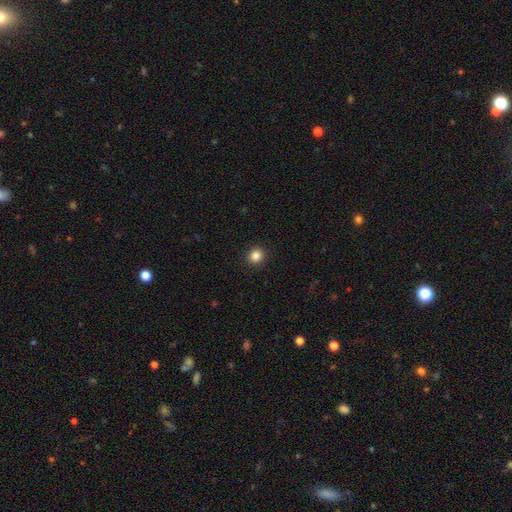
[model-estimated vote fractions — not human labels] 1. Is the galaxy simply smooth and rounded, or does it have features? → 85% smooth, 11% star or artifact, 4% featured or disk.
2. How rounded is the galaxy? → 90% round, 9% in between, 1% cigar-shaped.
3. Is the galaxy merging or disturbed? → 93% none, 5% minor disturbance, 2% major disturbance, 1% merger.